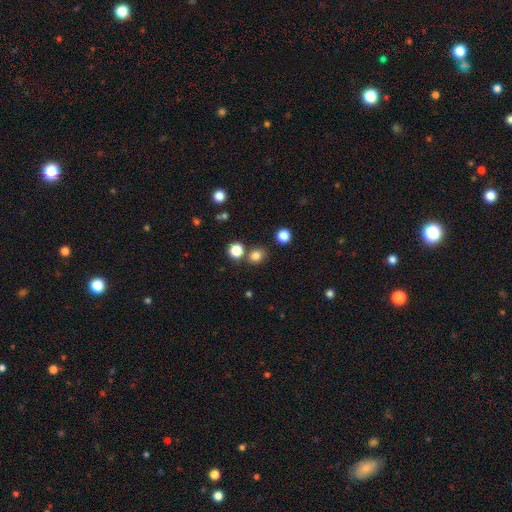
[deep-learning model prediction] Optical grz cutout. It shows a smooth galaxy with no disk features (80%) that is round (77%). Merging: none (75%).